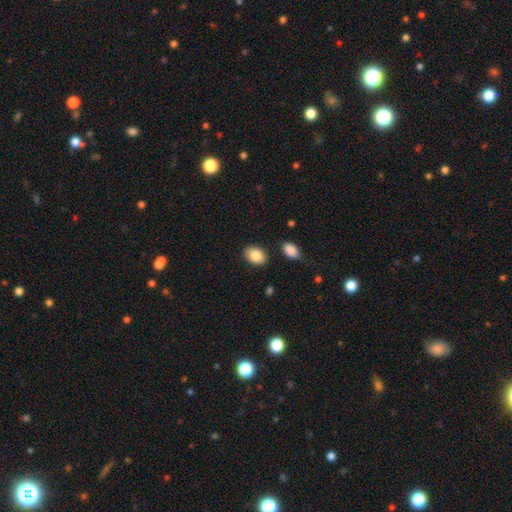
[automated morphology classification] A smooth galaxy with no disk features (86%) that is in between round and cigar-shaped (75%). Merging: none (85%).